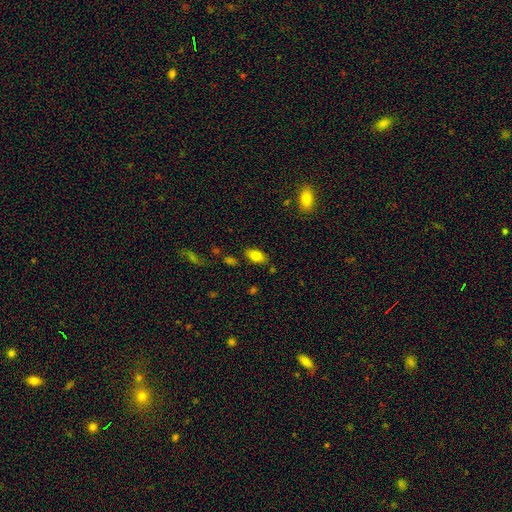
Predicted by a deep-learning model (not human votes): Smooth or featured?
  - smooth: 79% *
  - featured or disk: 12%
  - star or artifact: 8%
How rounded?
  - in between: 90% *
  - round: 6%
  - cigar-shaped: 4%
Merging?
  - none: 83% *
  - minor disturbance: 12%
  - merger: 3%
  - major disturbance: 3%